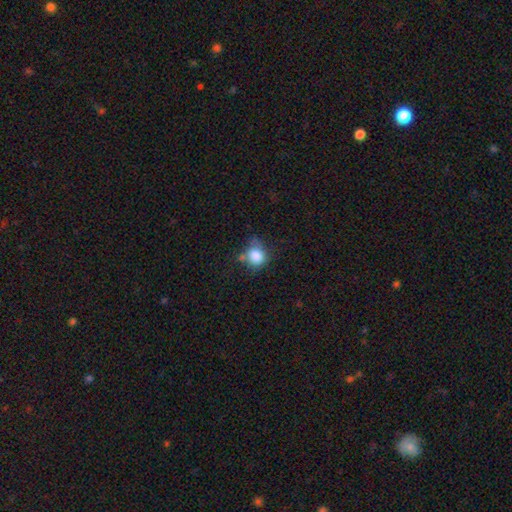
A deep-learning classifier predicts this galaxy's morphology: A smooth galaxy with no disk features (81%) that is round (68%).

Vote fractions:
- Smooth or featured? smooth: 81% / star or artifact: 10% / featured or disk: 9%
- How rounded? round: 68% / in between: 31% / cigar-shaped: 1%
- Merging? none: 41% / minor disturbance: 32% / major disturbance: 14% / merger: 13%